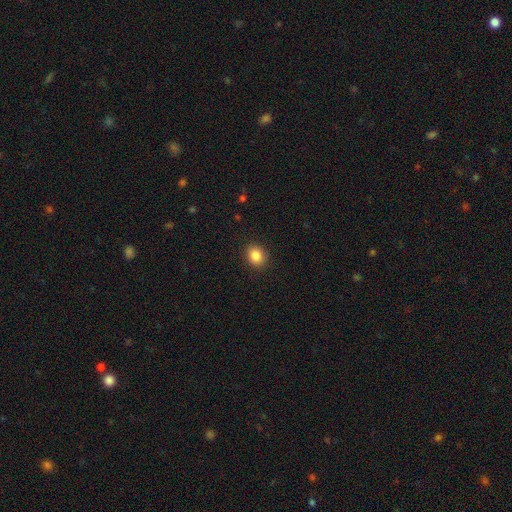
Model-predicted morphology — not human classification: smooth_or_featured: smooth (p=0.86) [alt: star or artifact p=0.09]
how_rounded: round (p=0.65) [alt: in between p=0.34]
merging: none (p=0.90) [alt: minor disturbance p=0.07]